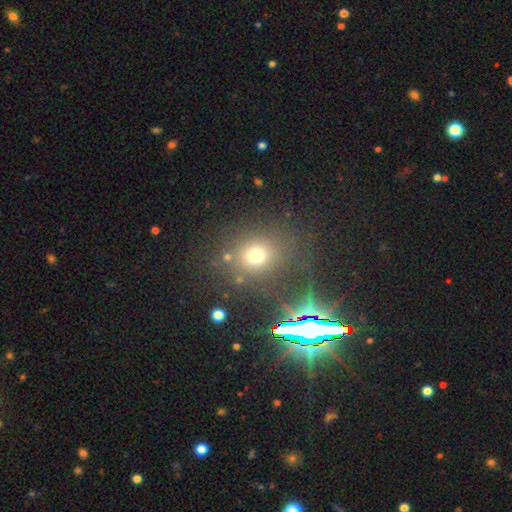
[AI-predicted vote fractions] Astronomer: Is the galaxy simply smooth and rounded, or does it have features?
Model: smooth — 67%.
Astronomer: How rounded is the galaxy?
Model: round — 71%.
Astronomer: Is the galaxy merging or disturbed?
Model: none — 72%.